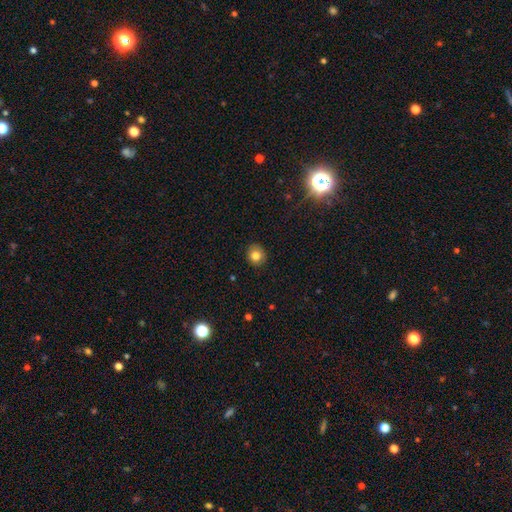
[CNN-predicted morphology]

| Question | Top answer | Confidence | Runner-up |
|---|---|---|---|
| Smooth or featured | smooth | 80% | star or artifact (11%) |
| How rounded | round | 84% | in between (15%) |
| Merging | none | 89% | minor disturbance (8%) |